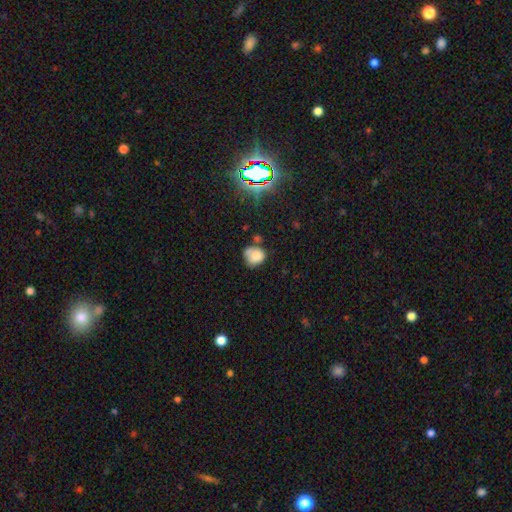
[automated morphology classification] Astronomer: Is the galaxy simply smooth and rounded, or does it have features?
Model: smooth — 74%.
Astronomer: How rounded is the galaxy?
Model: round — 70%.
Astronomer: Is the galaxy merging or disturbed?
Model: none — 45% (runner-up: minor disturbance, 28%).